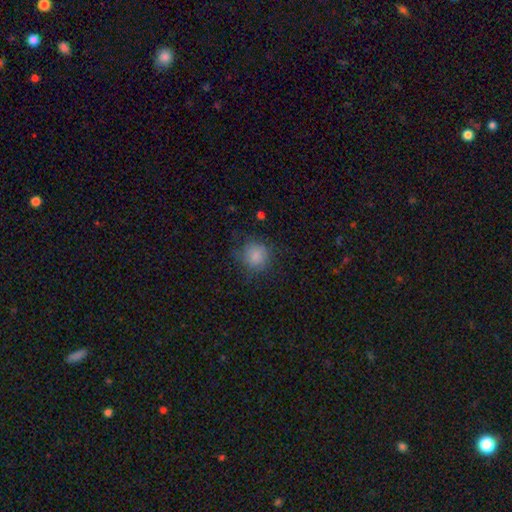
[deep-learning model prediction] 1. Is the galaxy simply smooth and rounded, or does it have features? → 80% smooth, 10% featured or disk, 9% star or artifact.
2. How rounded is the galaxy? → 89% round, 10% in between, 1% cigar-shaped.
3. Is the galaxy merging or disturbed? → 68% none, 20% minor disturbance, 10% major disturbance, 1% merger.